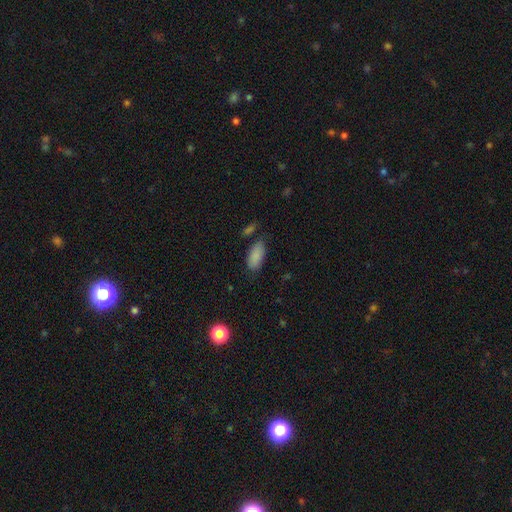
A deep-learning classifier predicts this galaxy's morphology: Smooth or featured? smooth (88%)
How rounded? in between (92%)
Merging? none (71%)